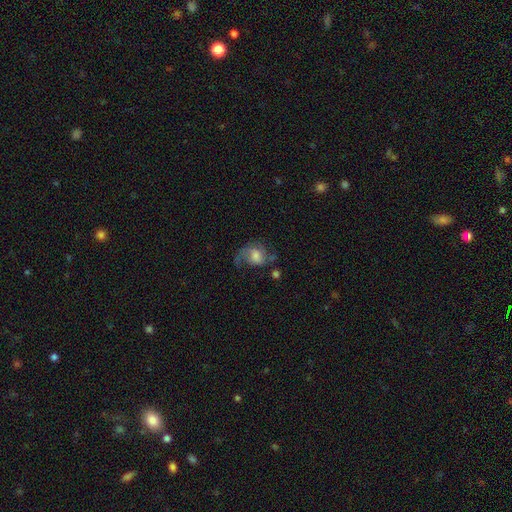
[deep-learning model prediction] This is possibly a featured or disk galaxy (56%). It is clearly not viewed edge-on (97%). Bar: possibly no (56%). Spiral arm pattern: clearly yes (86%). Central bulge: marginally moderate (37%). Merging: marginally none (43%).